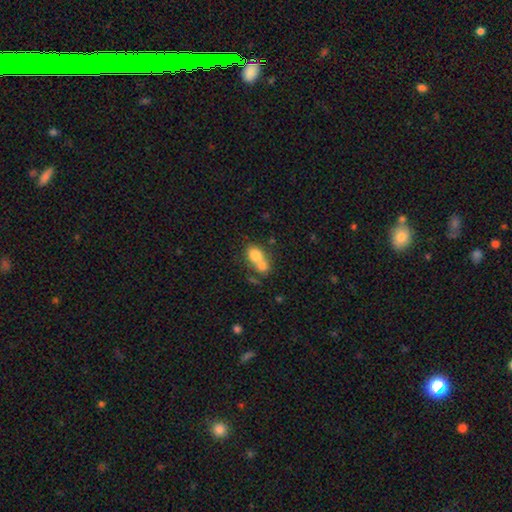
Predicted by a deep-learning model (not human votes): This appears to be a smooth galaxy with no disk features (76%) that is in between round and cigar-shaped (62%). Merging: merger (61%).